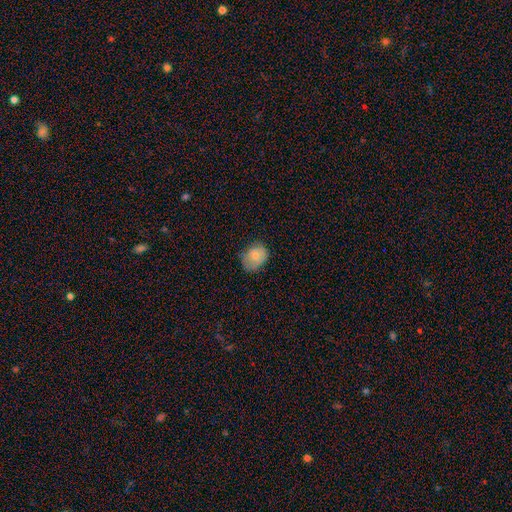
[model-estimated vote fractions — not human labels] smooth 77%, featured or disk 15%, star or artifact 8%. Down the decision tree: how rounded — in between (61%); merging — none (63%).